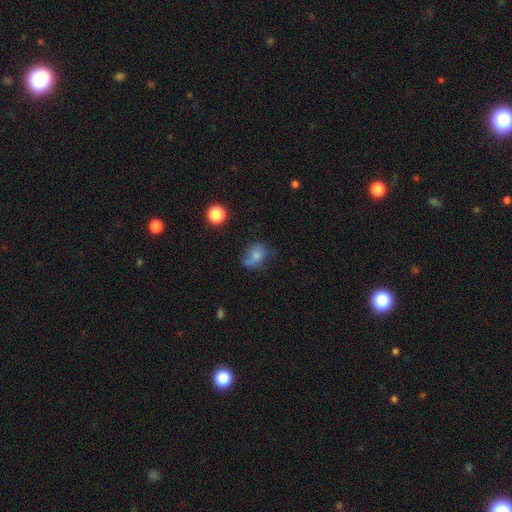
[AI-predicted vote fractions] smooth 66%, featured or disk 22%, star or artifact 12%. Down the decision tree: how rounded — in between (59%); merging — none (45%).